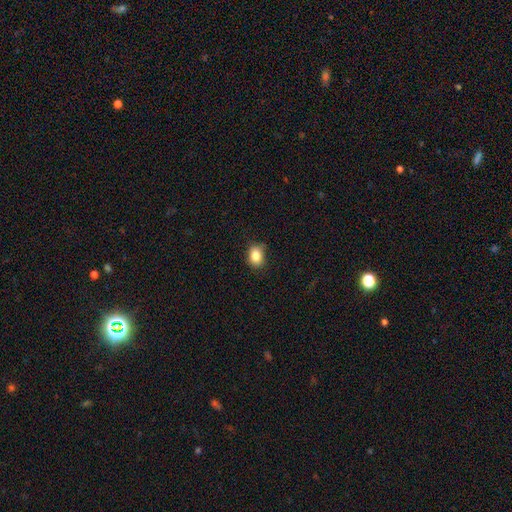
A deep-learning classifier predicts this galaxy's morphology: Smooth or featured?
  - smooth: 85% *
  - star or artifact: 10%
  - featured or disk: 5%
How rounded?
  - in between: 62% *
  - round: 37%
  - cigar-shaped: 1%
Merging?
  - none: 80% *
  - minor disturbance: 16%
  - major disturbance: 3%
  - merger: 1%